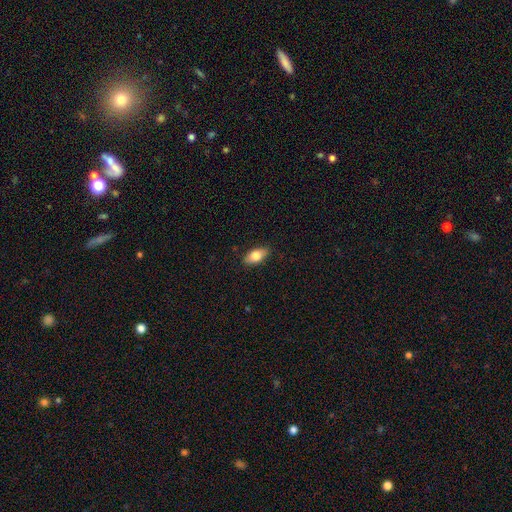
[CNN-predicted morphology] A smooth galaxy with no disk features (78%) that is in between round and cigar-shaped (88%).

Vote fractions:
- Smooth or featured? smooth: 78% / featured or disk: 16% / star or artifact: 7%
- How rounded? in between: 88% / cigar-shaped: 8% / round: 4%
- Merging? none: 88% / minor disturbance: 9% / major disturbance: 2% / merger: 1%